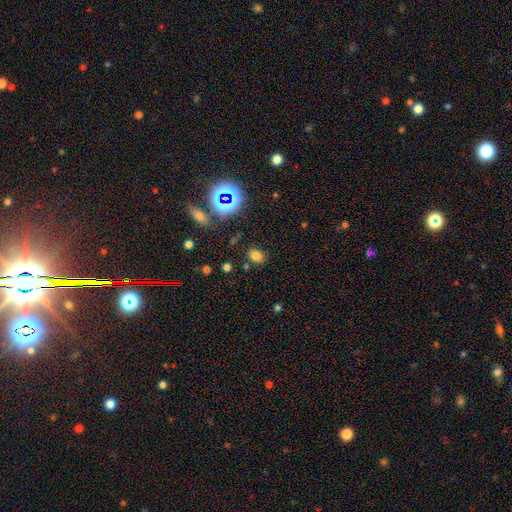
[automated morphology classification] Smooth or featured? smooth (71%)
How rounded? in between (66%)
Merging? none (82%)